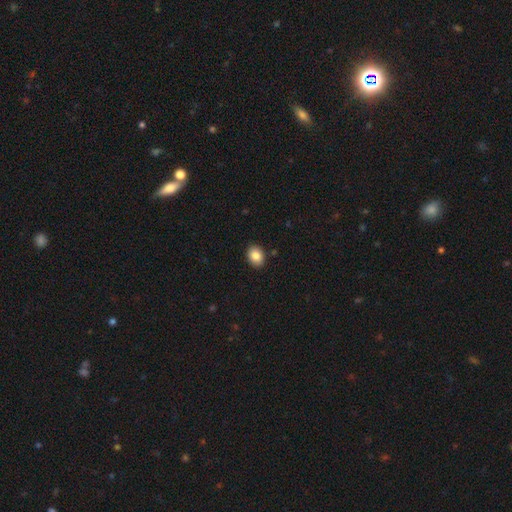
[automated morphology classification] Overall: smooth (86%). How rounded: in between (63%; round 36%). Merging: none (90%).